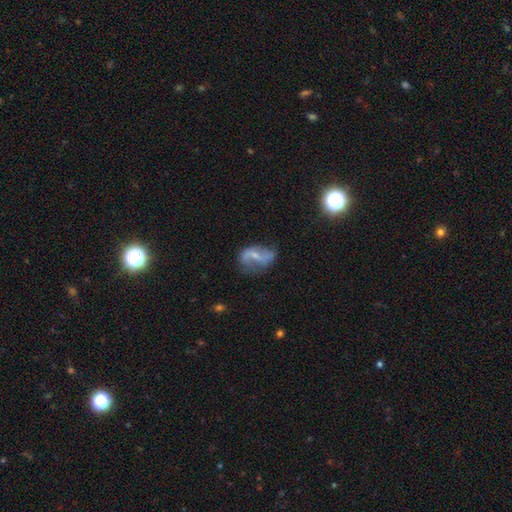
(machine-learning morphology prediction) Smooth or featured? Predicted: featured or disk (p=0.73). Edge-on disk? Predicted: no (p=0.96). Bar? Predicted: weak (p=0.43). Spiral arms? Predicted: yes (p=0.86). Spiral winding? Predicted: loose (p=0.70). Spiral arm count? Predicted: 2 (p=0.86). Bulge size? Predicted: small (p=0.55). Merging? Predicted: none (p=0.57).